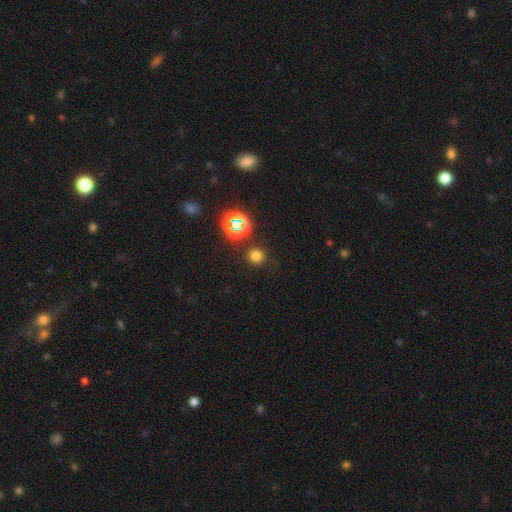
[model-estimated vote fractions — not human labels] smooth_or_featured: smooth (p=0.70) [alt: star or artifact p=0.24]
how_rounded: round (p=0.93) [alt: in between p=0.06]
merging: none (p=0.88) [alt: minor disturbance p=0.06]